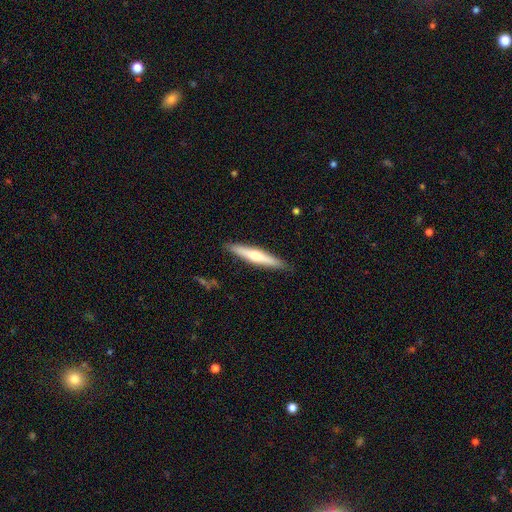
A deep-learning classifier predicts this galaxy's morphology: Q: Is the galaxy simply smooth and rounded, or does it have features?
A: smooth — 48%.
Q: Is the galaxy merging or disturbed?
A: none — 90%.